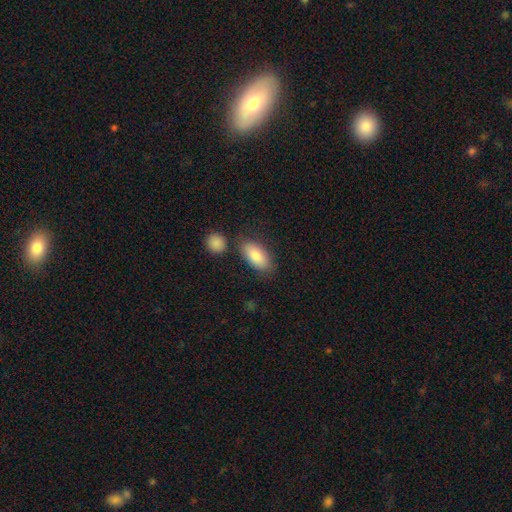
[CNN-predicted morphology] smooth 84%, featured or disk 10%, star or artifact 6%. Down the decision tree: how rounded — in between (91%); merging — none (73%).